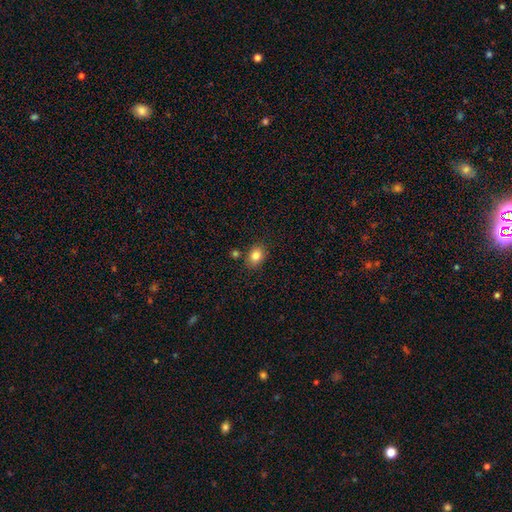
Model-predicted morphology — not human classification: This appears to be a smooth galaxy with no disk features (84%) that is in between round and cigar-shaped (63%). Merging: none (80%).